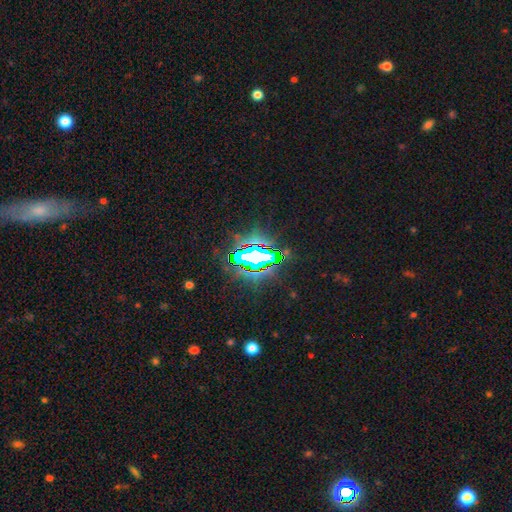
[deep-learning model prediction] star or artifact 77%, smooth 12%, featured or disk 11%.